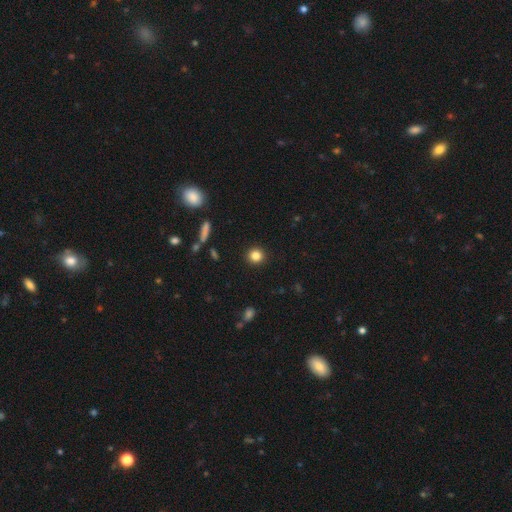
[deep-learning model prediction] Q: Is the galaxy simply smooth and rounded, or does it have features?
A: smooth — 84%.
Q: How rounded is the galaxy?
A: round — 91%.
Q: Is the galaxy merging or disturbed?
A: none — 92%.